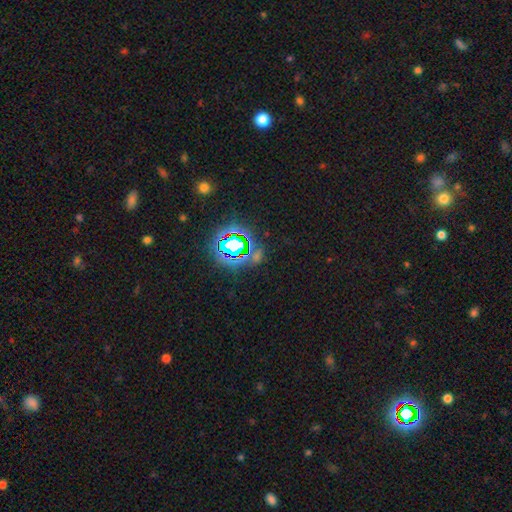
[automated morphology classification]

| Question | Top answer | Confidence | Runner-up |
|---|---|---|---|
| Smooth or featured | star or artifact | 72% | smooth (18%) |